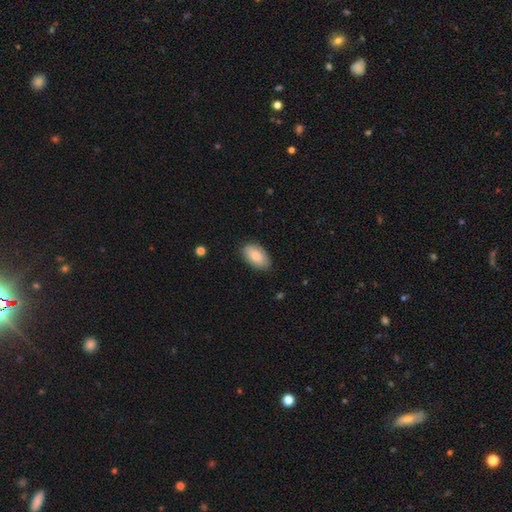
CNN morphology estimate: Smooth or featured: smooth — 82% (featured or disk — 13%)
How rounded: in between — 95% (round — 4%)
Merging: none — 84% (minor disturbance — 13%)